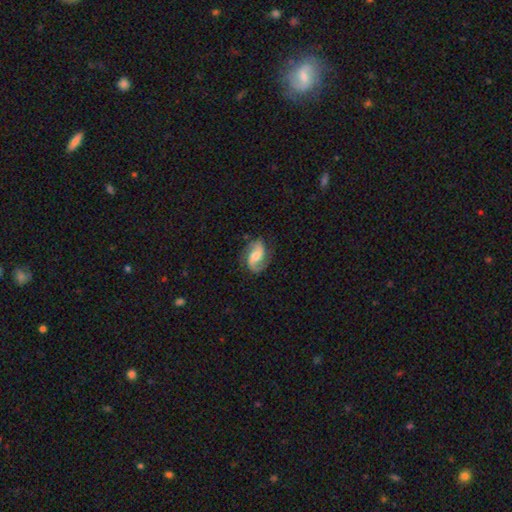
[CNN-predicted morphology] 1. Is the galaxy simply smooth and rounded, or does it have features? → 86% featured or disk, 9% smooth, 5% star or artifact.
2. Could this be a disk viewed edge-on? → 98% no, 2% yes.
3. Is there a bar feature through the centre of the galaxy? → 43% weak, 40% no, 17% strong.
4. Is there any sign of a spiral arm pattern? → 97% yes, 3% no.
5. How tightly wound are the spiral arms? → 47% medium, 38% loose, 14% tight.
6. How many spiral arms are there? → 92% 2, 3% 1, 2% can't tell, 1% 3, 1% 4, 1% more than 4.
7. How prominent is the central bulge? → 59% moderate, 25% small, 11% large, 4% none, 2% dominant.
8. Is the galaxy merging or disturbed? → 79% none, 14% minor disturbance, 5% major disturbance, 1% merger.